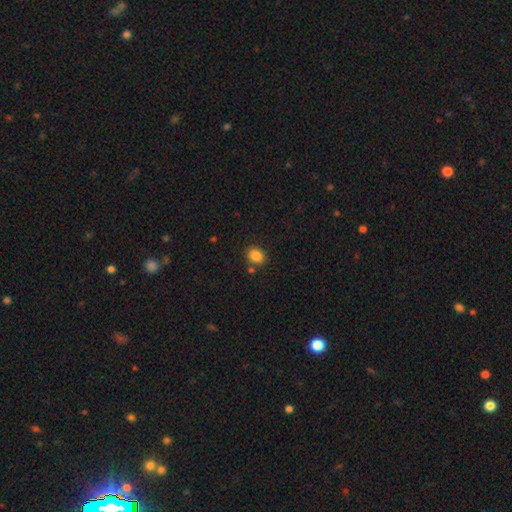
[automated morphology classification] The model was most divided on "how rounded": round: 50%, in between: 49%, cigar-shaped: 1%. More confident: smooth or featured — smooth (86%); merging — none (81%).